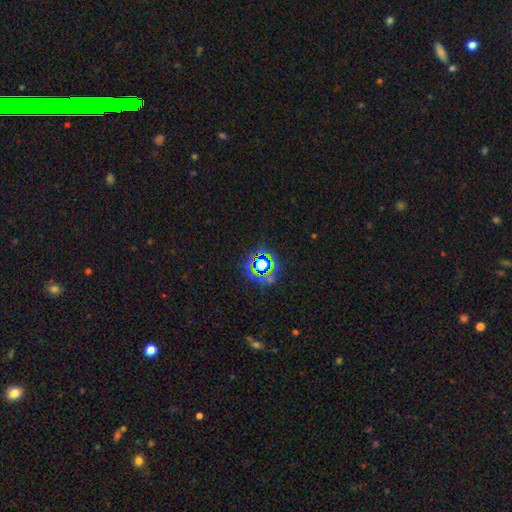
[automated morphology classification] Q: Smooth or featured?
A: star or artifact (73%); runner-up: smooth (16%)